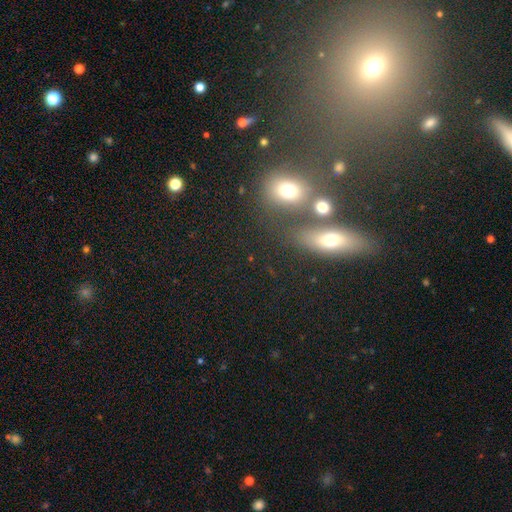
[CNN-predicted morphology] Q: Smooth or featured?
A: smooth (36%); tied with: featured or disk (36%)
Q: Merging?
A: none (66%); runner-up: merger (16%)